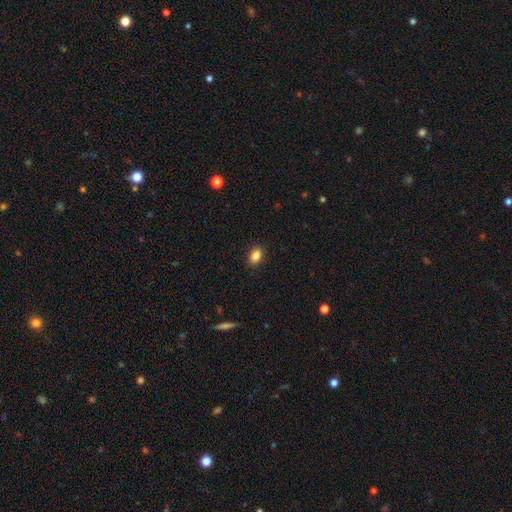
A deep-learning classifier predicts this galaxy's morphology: Overall: smooth (86%). How rounded: in between (80%). Merging: none (89%).